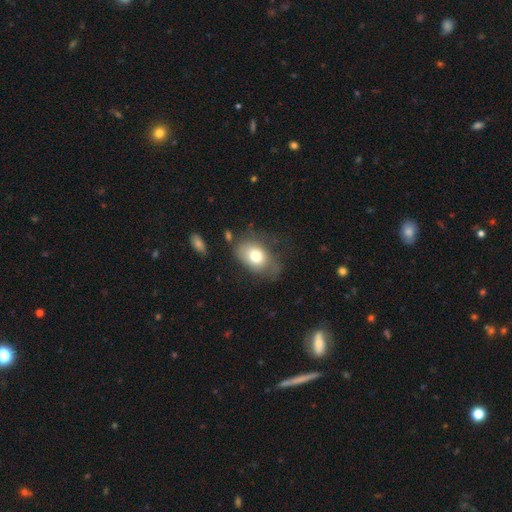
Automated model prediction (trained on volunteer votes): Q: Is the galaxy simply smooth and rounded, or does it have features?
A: smooth — 72%.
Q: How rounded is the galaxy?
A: in between — 73%.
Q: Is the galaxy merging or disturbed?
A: none — 50%.